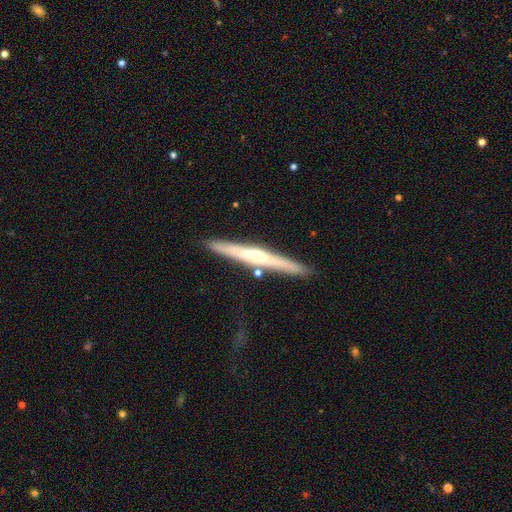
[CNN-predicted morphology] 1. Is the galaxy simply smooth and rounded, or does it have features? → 60% featured or disk, 35% smooth, 6% star or artifact.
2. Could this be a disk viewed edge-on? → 95% yes, 5% no.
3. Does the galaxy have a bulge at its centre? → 60% rounded, 33% none, 7% boxy.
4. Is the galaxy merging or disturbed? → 84% none, 11% minor disturbance, 4% merger, 2% major disturbance.